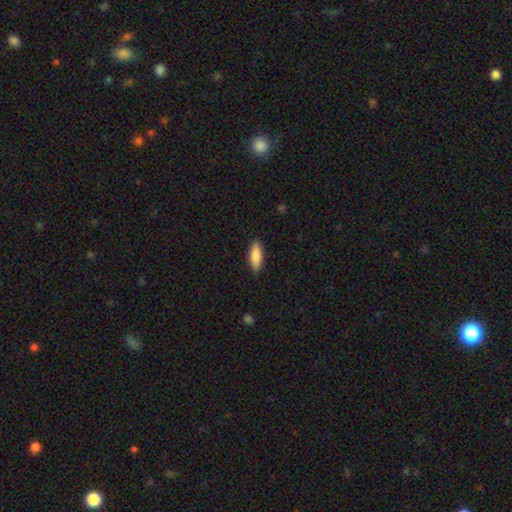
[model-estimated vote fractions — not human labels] Morphology: type=smooth (84%); roundness=in between (64%); merging=none (85%).